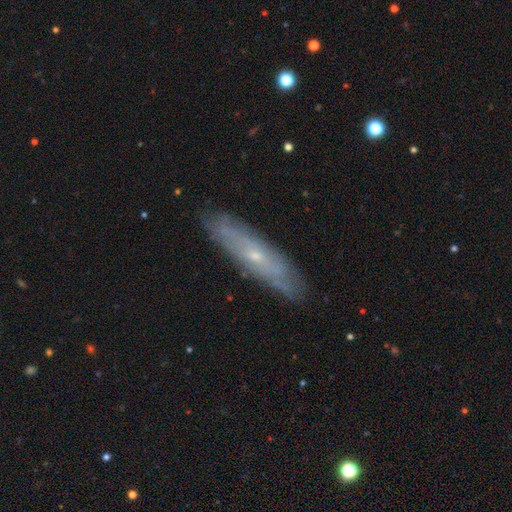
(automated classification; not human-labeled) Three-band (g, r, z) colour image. It shows a featured or disk galaxy (66%). Merging: none (85%).